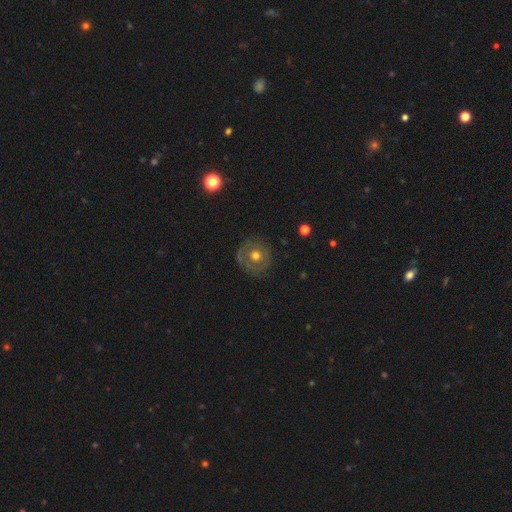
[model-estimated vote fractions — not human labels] featured or disk 52%, smooth 40%, star or artifact 8%. Down the decision tree: edge-on disk — no (96%); merging — none (80%).